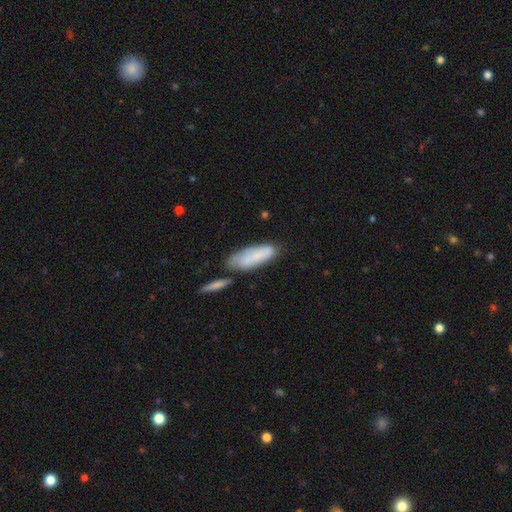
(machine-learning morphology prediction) Overall: smooth (70%). How rounded: in between (57%; cigar-shaped 42%). Merging: none (54%; minor disturbance 21%).